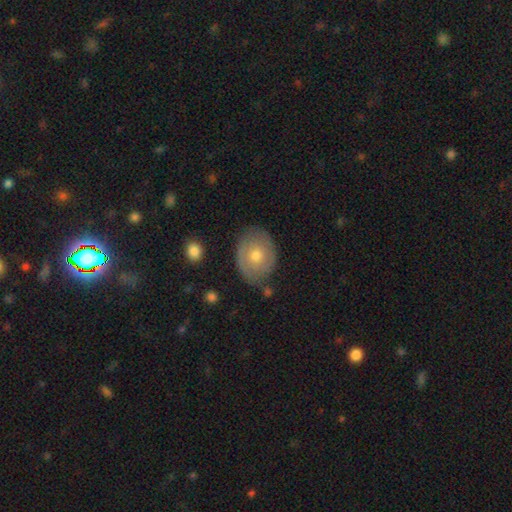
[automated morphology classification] Smooth or featured? Predicted: smooth (p=0.51). How rounded? Predicted: in between (p=0.52). Merging? Predicted: none (p=0.74).